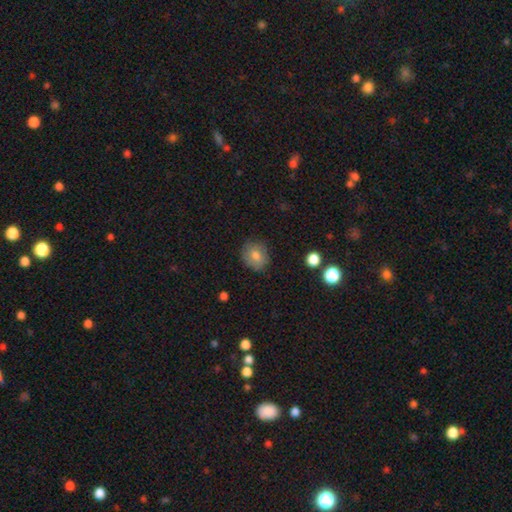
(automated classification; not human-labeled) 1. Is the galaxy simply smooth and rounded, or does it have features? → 78% smooth, 12% featured or disk, 10% star or artifact.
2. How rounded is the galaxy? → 76% round, 24% in between, 1% cigar-shaped.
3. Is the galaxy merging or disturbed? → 85% none, 11% minor disturbance, 3% major disturbance, 1% merger.